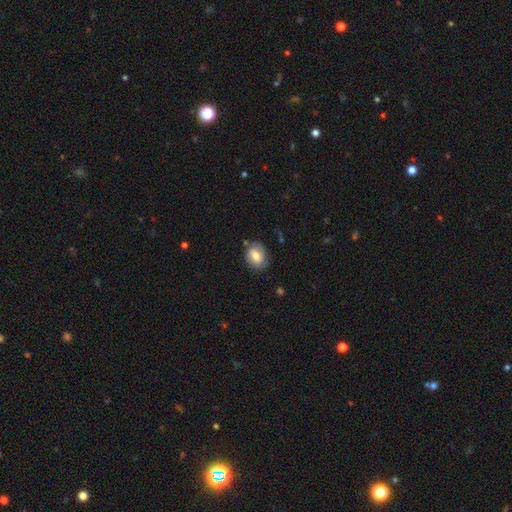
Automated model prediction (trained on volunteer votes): A smooth galaxy with no disk features (70%) that is in between round and cigar-shaped (70%).

Vote fractions:
- Smooth or featured? smooth: 70% / featured or disk: 23% / star or artifact: 8%
- How rounded? in between: 70% / round: 29% / cigar-shaped: 1%
- Merging? none: 75% / minor disturbance: 18% / major disturbance: 4% / merger: 3%